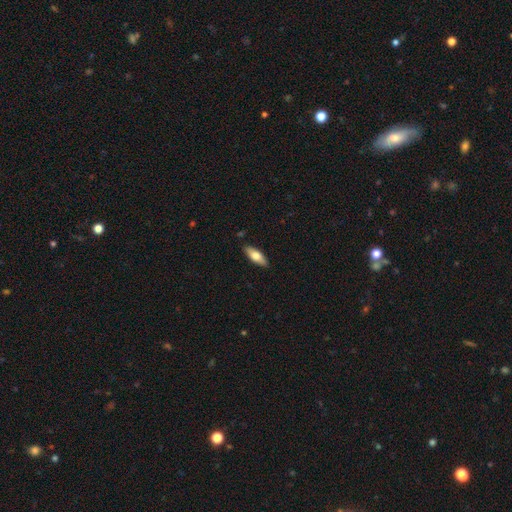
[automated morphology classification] Overall: smooth (70%). How rounded: in between (67%; cigar-shaped 31%). Merging: none (88%).